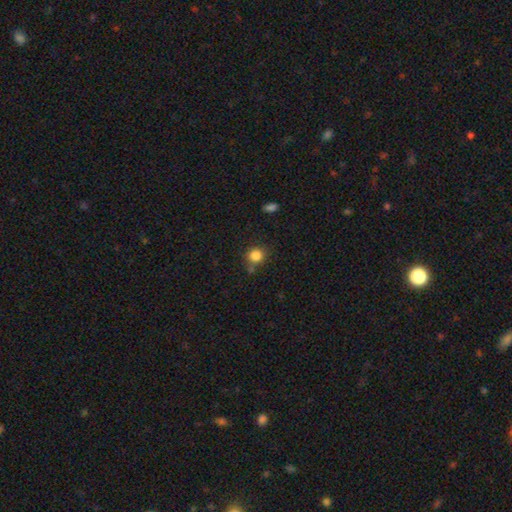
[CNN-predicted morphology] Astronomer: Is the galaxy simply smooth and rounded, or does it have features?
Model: smooth — 84%.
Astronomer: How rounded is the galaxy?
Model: round — 86%.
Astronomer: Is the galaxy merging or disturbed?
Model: none — 73%.